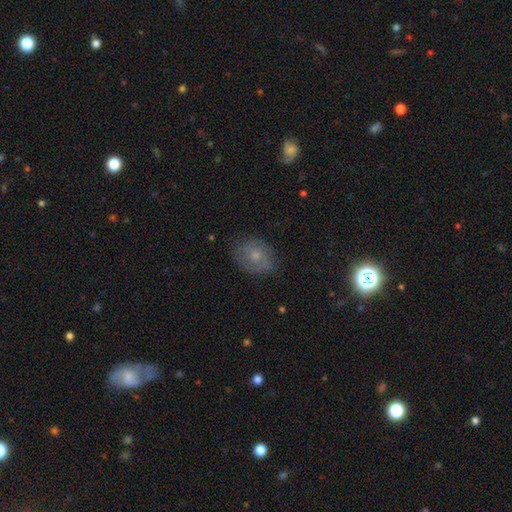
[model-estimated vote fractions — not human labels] Smooth or featured? smooth (50%)
How rounded? in between (50%)
Merging? none (69%)